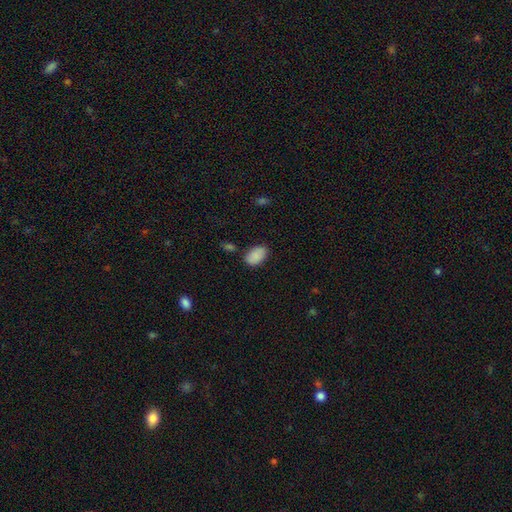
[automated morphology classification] The model was most divided on "merging": none: 80%, minor disturbance: 14%, merger: 3%, major disturbance: 3%. More confident: how rounded — in between (92%); smooth or featured — smooth (89%).